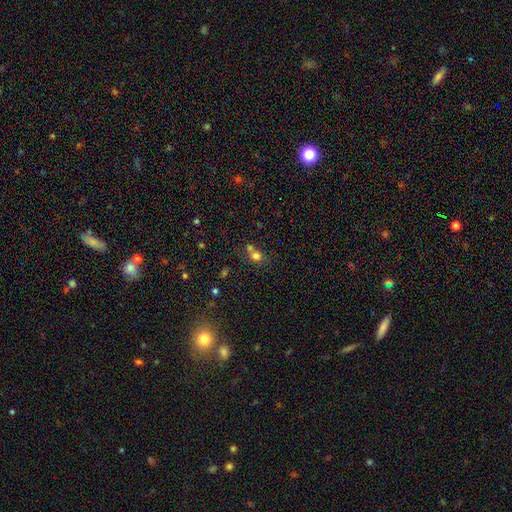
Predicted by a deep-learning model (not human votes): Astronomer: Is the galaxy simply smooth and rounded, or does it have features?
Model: smooth — 73%.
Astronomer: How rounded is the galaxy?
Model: round — 71%.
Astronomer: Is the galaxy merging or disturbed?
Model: merger — 43% (runner-up: none, 42%).